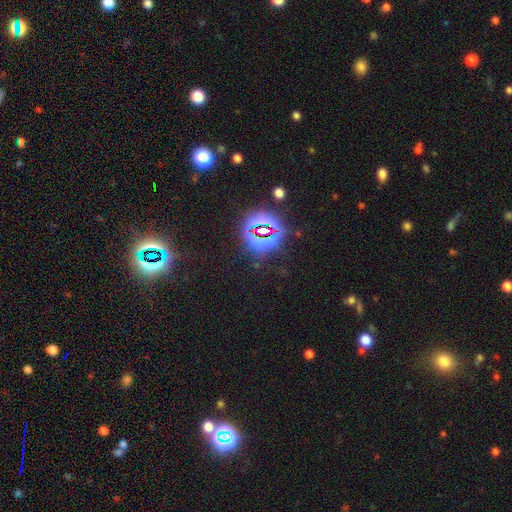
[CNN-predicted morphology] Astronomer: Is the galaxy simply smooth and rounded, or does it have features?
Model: star or artifact — 80%.